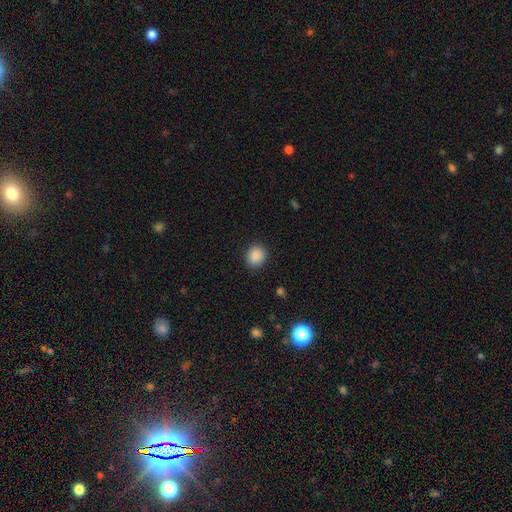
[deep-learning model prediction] Smooth or featured? smooth (88%)
How rounded? round (69%)
Merging? none (88%)